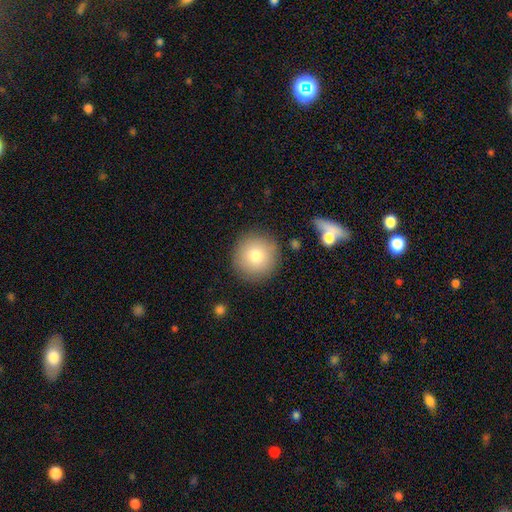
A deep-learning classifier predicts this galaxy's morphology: The model was most divided on "smooth or featured": smooth: 78%, featured or disk: 12%, star or artifact: 9%. More confident: how rounded — round (94%); merging — none (87%).